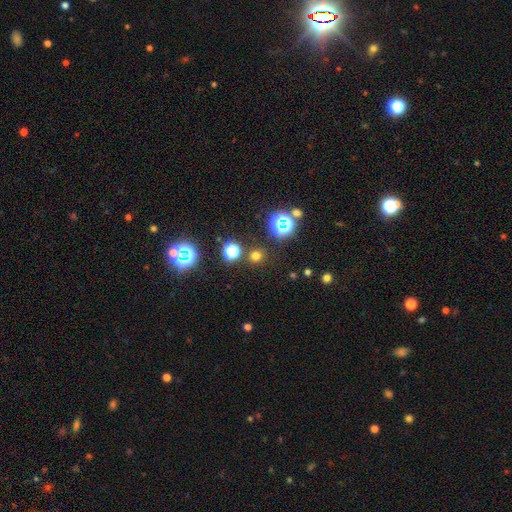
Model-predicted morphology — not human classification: type=smooth (65%); roundness=round (92%); merging=none (87%).